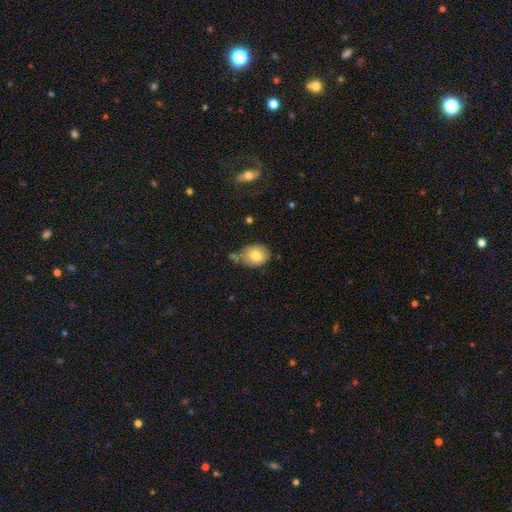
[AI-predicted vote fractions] Smooth or featured?
  - smooth: 76% *
  - featured or disk: 16%
  - star or artifact: 8%
How rounded?
  - in between: 61% *
  - round: 38%
  - cigar-shaped: 1%
Merging?
  - none: 56% *
  - minor disturbance: 26%
  - merger: 11%
  - major disturbance: 7%